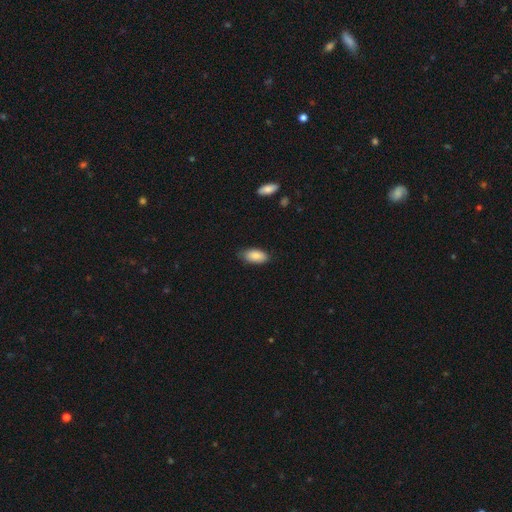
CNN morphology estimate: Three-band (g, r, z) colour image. It shows a smooth galaxy with no disk features (88%) that is in between round and cigar-shaped (92%). Merging: none (83%).